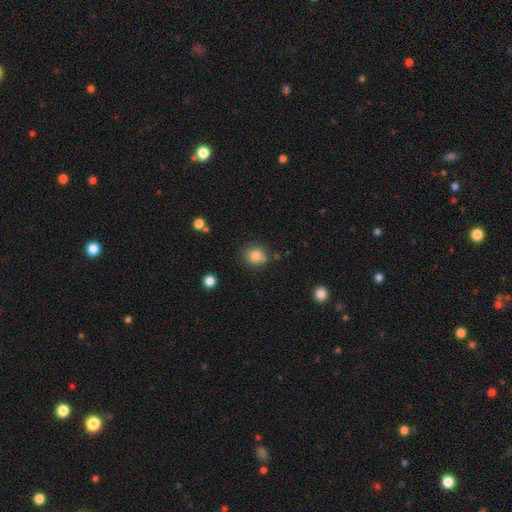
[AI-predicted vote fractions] smooth 83%, star or artifact 11%, featured or disk 7%. Down the decision tree: how rounded — round (81%); merging — none (77%).